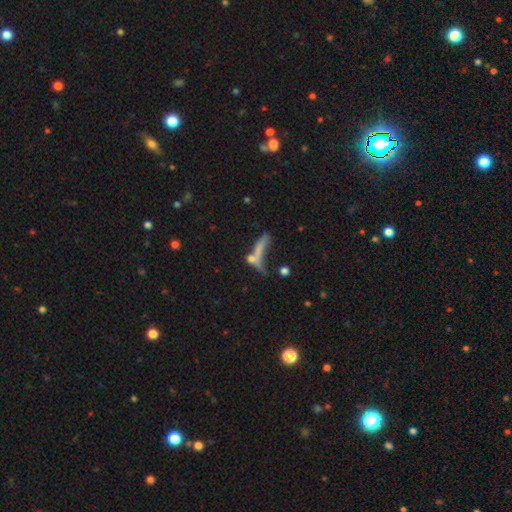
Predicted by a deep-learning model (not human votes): This is possibly a smooth galaxy (54%). How rounded: likely cigar-shaped (73%). Merging: marginally none (31%, tied with merger).